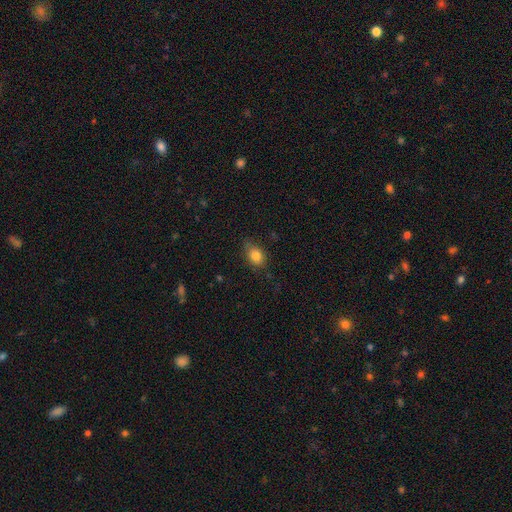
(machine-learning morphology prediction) Smooth or featured: smooth — 82% (star or artifact — 10%)
How rounded: in between — 68% (round — 30%)
Merging: none — 71% (minor disturbance — 23%)